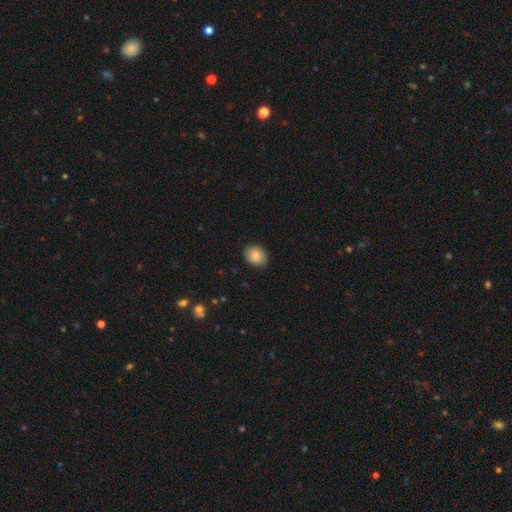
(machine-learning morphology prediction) This is clearly a smooth galaxy (84%). How rounded: possibly in between (50%). Merging: clearly none (82%).